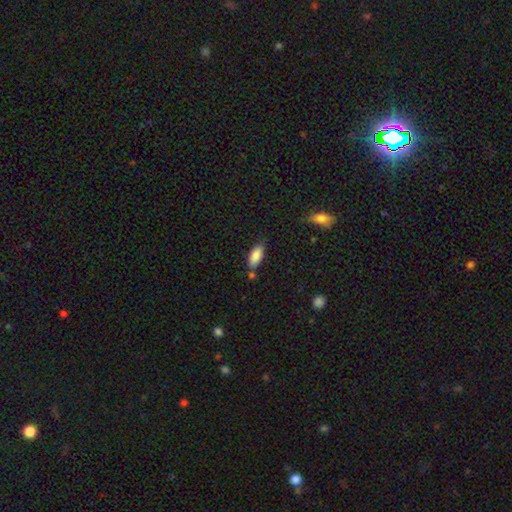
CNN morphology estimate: Smooth or featured? Predicted: smooth (p=0.87). How rounded? Predicted: in between (p=0.85). Merging? Predicted: none (p=0.70).